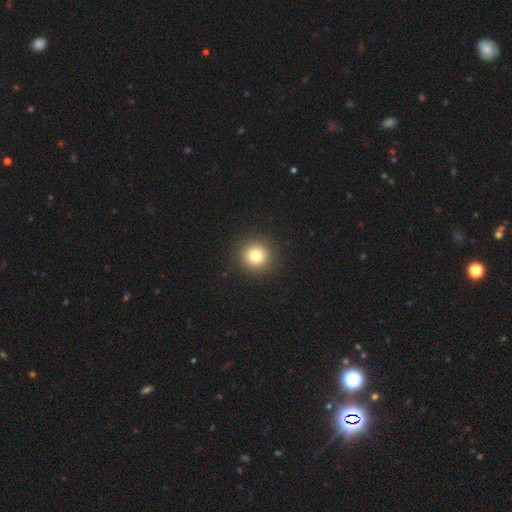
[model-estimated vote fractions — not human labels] The model was most divided on "smooth or featured": smooth: 79%, star or artifact: 12%, featured or disk: 9%. More confident: how rounded — round (95%); merging — none (92%).